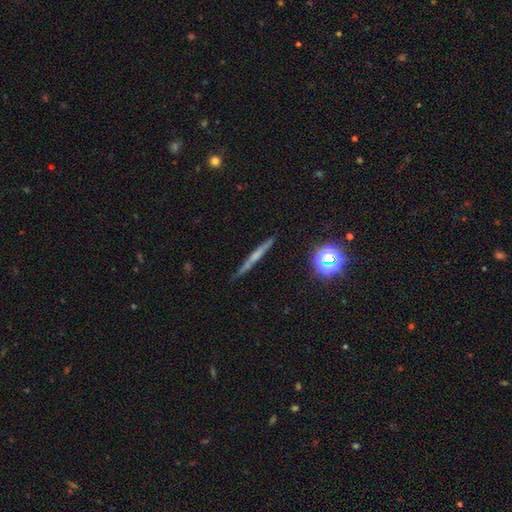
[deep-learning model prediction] The model was most divided on "smooth or featured": featured or disk: 49%, smooth: 38%, star or artifact: 13%. More confident: merging — none (88%).